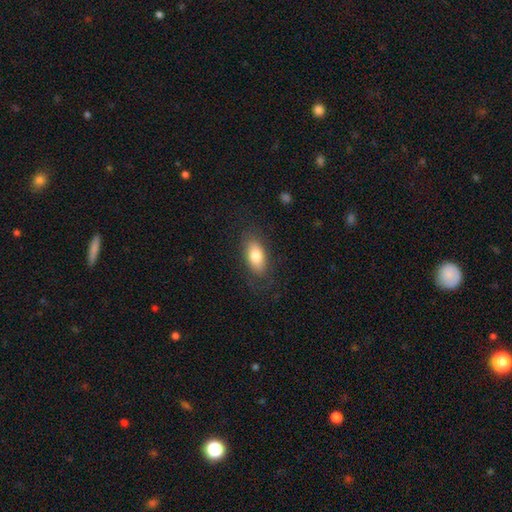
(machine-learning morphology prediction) Overall: smooth (79%). How rounded: in between (88%). Merging: none (79%).